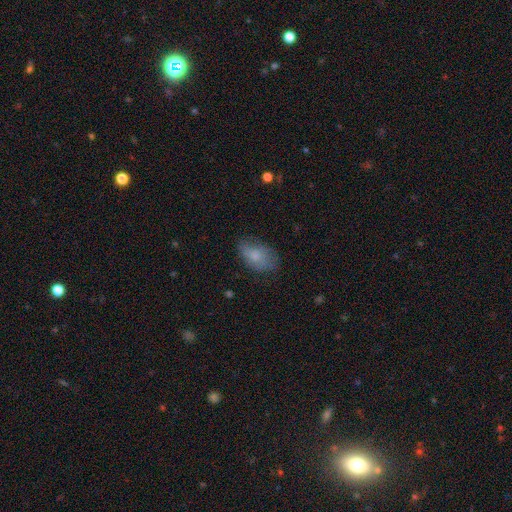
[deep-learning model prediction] smooth_or_featured: smooth (p=0.76) [alt: featured or disk p=0.16]
how_rounded: in between (p=0.90) [alt: round p=0.09]
merging: none (p=0.61) [alt: minor disturbance p=0.28]